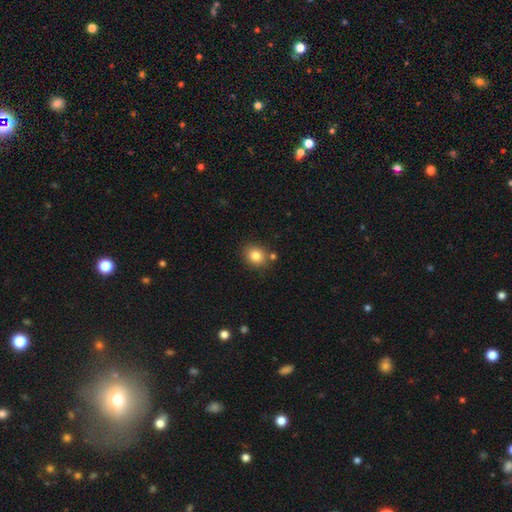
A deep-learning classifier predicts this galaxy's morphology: type=smooth (83%); roundness=round (63%); merging=none (78%).